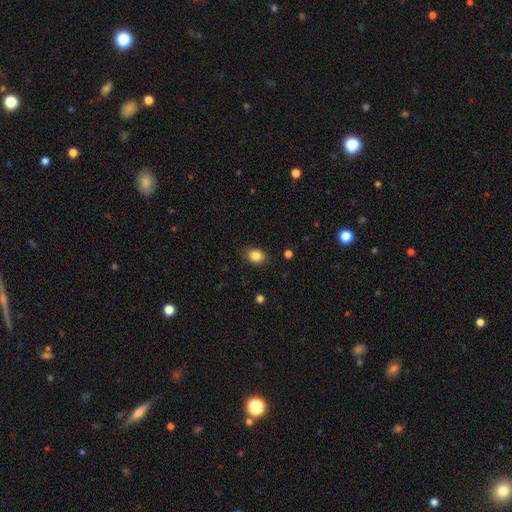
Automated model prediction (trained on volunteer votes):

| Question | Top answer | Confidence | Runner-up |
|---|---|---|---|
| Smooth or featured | smooth | 85% | star or artifact (10%) |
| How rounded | in between | 59% | round (40%) |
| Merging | none | 85% | minor disturbance (11%) |